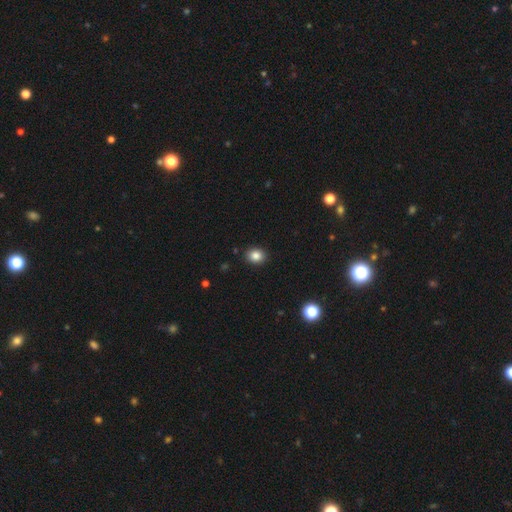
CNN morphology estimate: type=smooth (85%); roundness=round (56%); merging=none (90%).